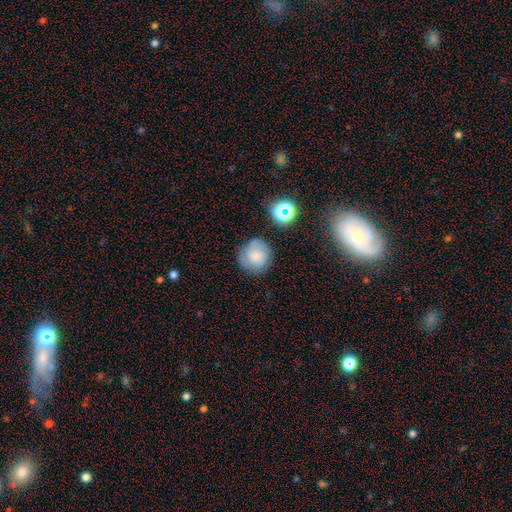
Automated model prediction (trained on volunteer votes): Smooth or featured?
  - smooth: 65% *
  - featured or disk: 22%
  - star or artifact: 13%
How rounded?
  - round: 89% *
  - in between: 10%
  - cigar-shaped: 1%
Merging?
  - none: 71% *
  - minor disturbance: 18%
  - major disturbance: 6%
  - merger: 5%